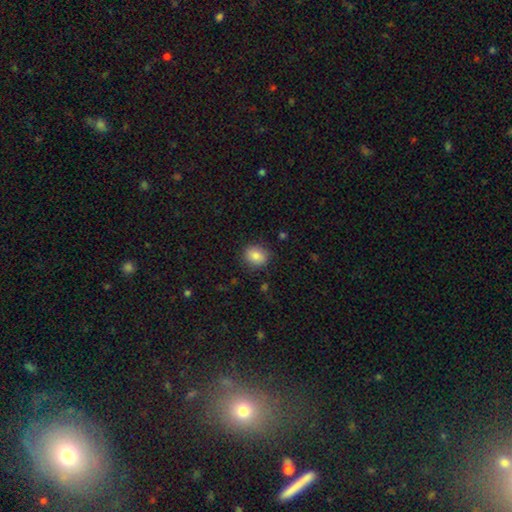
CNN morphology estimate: Smooth or featured? Predicted: smooth (p=0.85). How rounded? Predicted: round (p=0.65). Merging? Predicted: none (p=0.85).